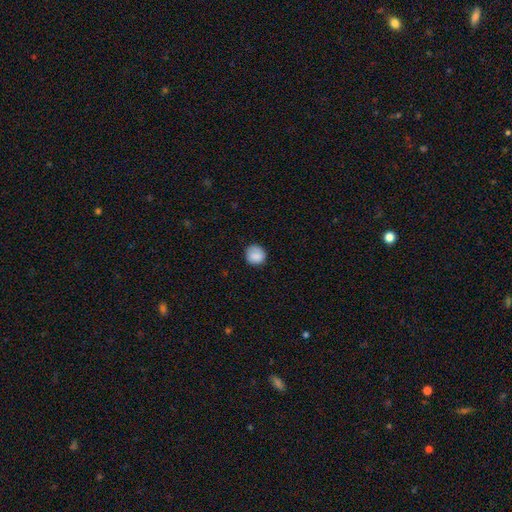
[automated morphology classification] smooth-or-featured: smooth: 86% | star or artifact: 8% | featured or disk: 6%
  how-rounded: round: 90% | in between: 9% | cigar-shaped: 1%
  merging: none: 84% | minor disturbance: 12% | major disturbance: 3% | merger: 1%